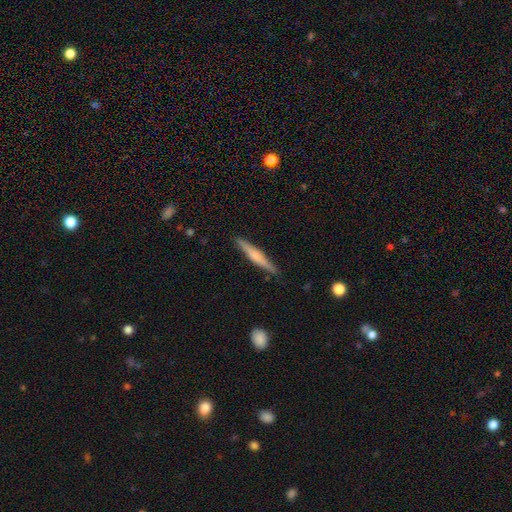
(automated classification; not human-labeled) This appears to be a featured or disk galaxy (50%). Merging: none (90%).